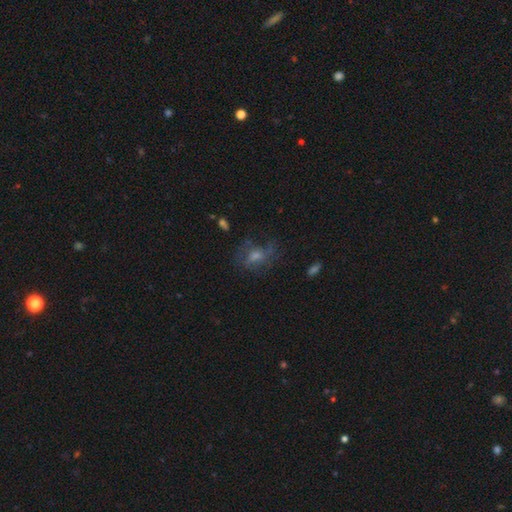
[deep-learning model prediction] Overall: featured or disk (43%; smooth 34%). Merging: none (58%; minor disturbance 20%).